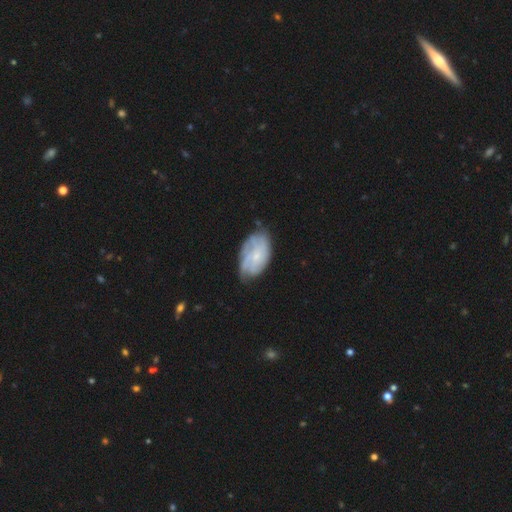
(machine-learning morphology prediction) Smooth or featured?
  - featured or disk: 64% *
  - smooth: 29%
  - star or artifact: 7%
Edge-on disk?
  - no: 96% *
  - yes: 4%
Bar?
  - no: 74% *
  - weak: 23%
  - strong: 3%
Spiral arms?
  - yes: 83% *
  - no: 17%
Spiral winding?
  - tight: 56% *
  - medium: 32%
  - loose: 12%
Spiral arm count?
  - can't tell: 49% *
  - 3: 15%
  - 2: 13%
  - 4: 13%
  - more than 4: 5%
  - 1: 5%
Bulge size?
  - small: 69% *
  - moderate: 21%
  - none: 8%
  - large: 1%
  - dominant: 1%
Merging?
  - none: 63% *
  - minor disturbance: 26%
  - major disturbance: 9%
  - merger: 2%